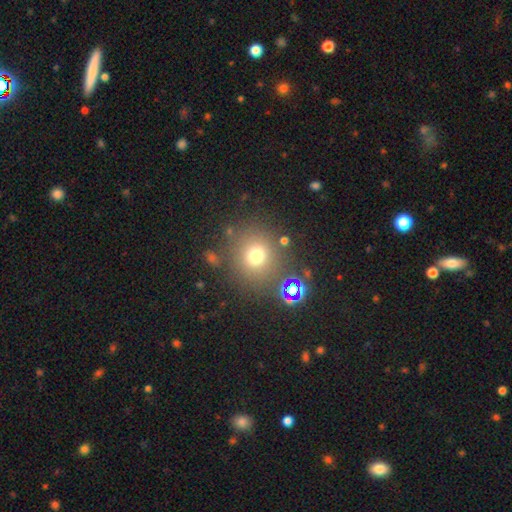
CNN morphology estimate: smooth_or_featured: smooth (p=0.71) [alt: star or artifact p=0.20]
how_rounded: round (p=0.89) [alt: in between p=0.10]
merging: none (p=0.79) [alt: minor disturbance p=0.10]